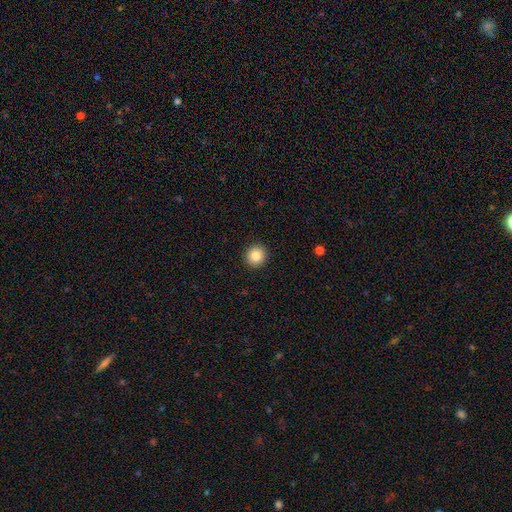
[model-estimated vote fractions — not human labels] Smooth or featured: smooth — 85% (star or artifact — 9%)
How rounded: round — 92% (in between — 7%)
Merging: none — 93% (minor disturbance — 5%)